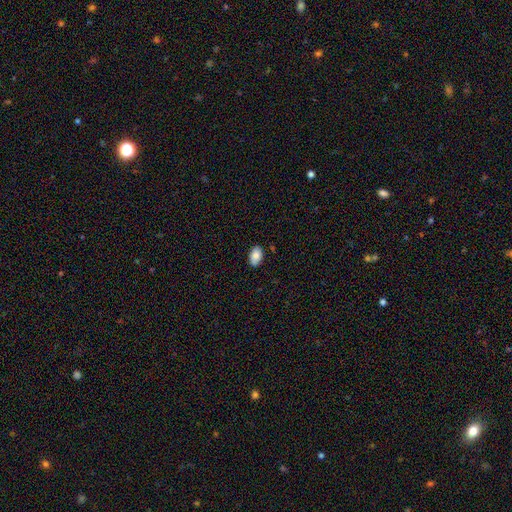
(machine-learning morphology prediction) smooth 86%, star or artifact 7%, featured or disk 7%. Down the decision tree: how rounded — in between (92%); merging — none (84%).